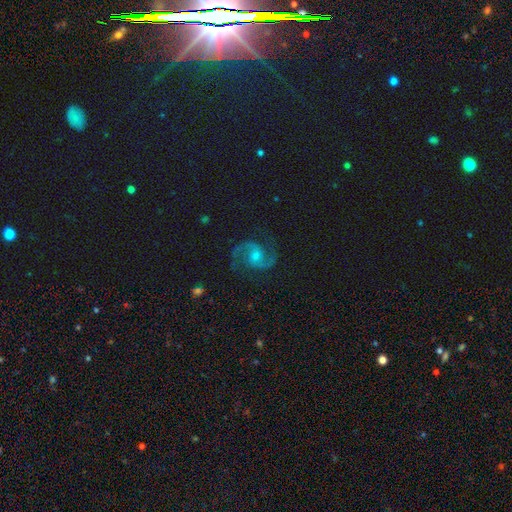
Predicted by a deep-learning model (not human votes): Smooth or featured? Predicted: featured or disk (p=0.90). Edge-on disk? Predicted: no (p=0.98). Bar? Predicted: no (p=0.58). Spiral arms? Predicted: yes (p=0.98). Spiral winding? Predicted: medium (p=0.65). Spiral arm count? Predicted: 2 (p=0.94). Bulge size? Predicted: small (p=0.47). Merging? Predicted: none (p=0.82).